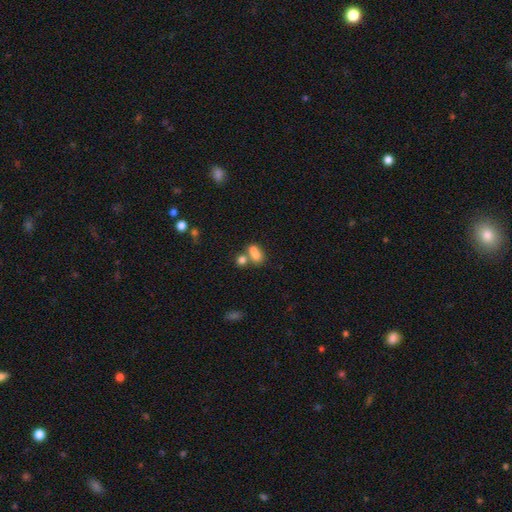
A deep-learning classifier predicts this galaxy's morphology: smooth_or_featured: smooth (p=0.64) [alt: star or artifact p=0.21]
how_rounded: in between (p=0.67) [alt: round p=0.28]
merging: merger (p=0.43) [alt: none p=0.42]